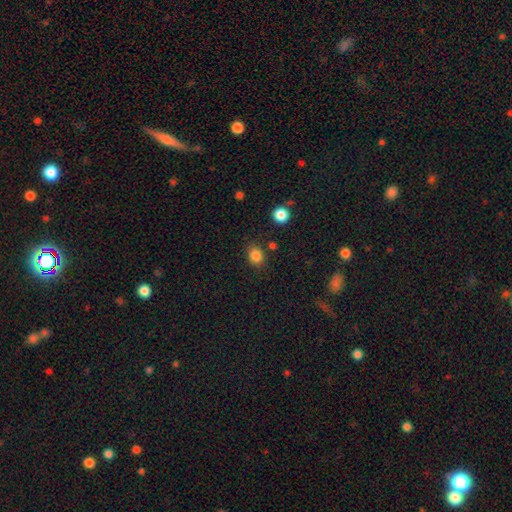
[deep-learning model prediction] Morphology: type=smooth (84%); roundness=round (62%); merging=none (81%).